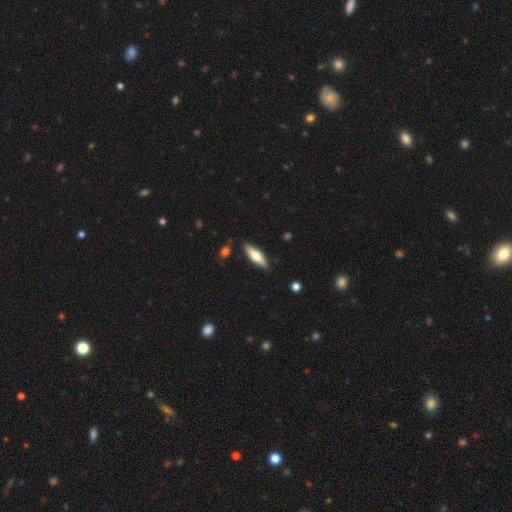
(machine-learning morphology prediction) A smooth galaxy with no disk features (60%) that is cigar-shaped (57%). Merging: none (86%).